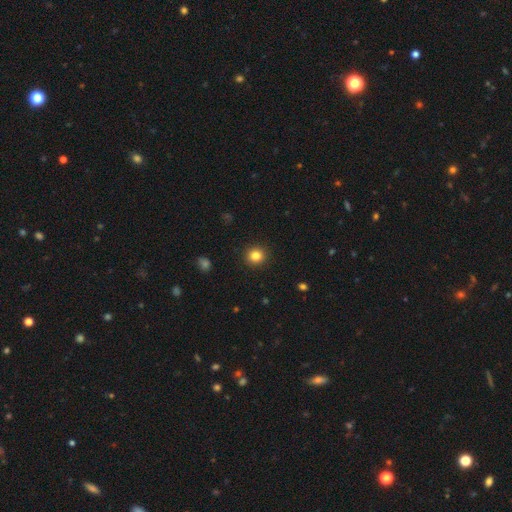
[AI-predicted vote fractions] This appears to be a smooth galaxy with no disk features (83%) that is round (90%). Merging: none (92%).